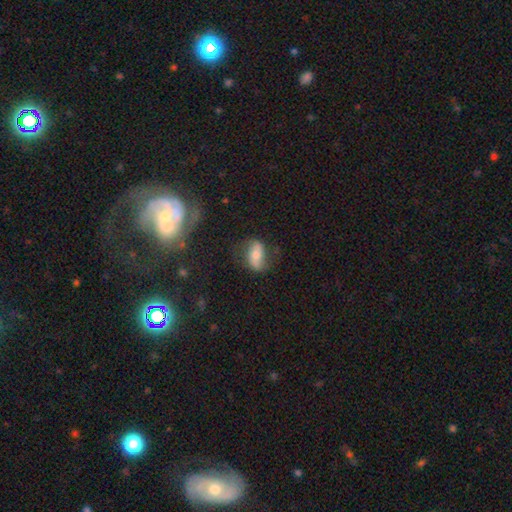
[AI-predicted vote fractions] smooth_or_featured: smooth (p=0.49) [alt: featured or disk p=0.43]
merging: none (p=0.64) [alt: minor disturbance p=0.21]